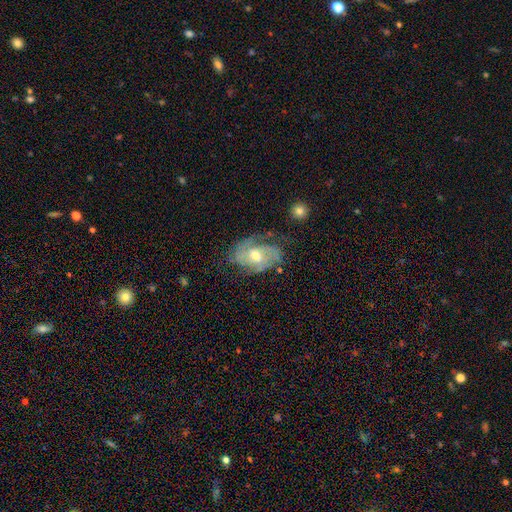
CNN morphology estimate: This appears to be a featured or disk galaxy (76%) with no bar (67%), 2 (39%) tight (48%) spiral arms (88%) and a moderate central bulge (70%). Merging: none (62%).